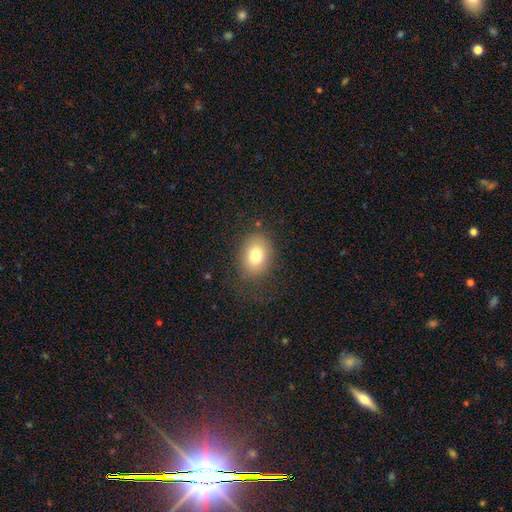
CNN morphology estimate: Overall: smooth (77%). How rounded: in between (66%; round 33%). Merging: none (77%).